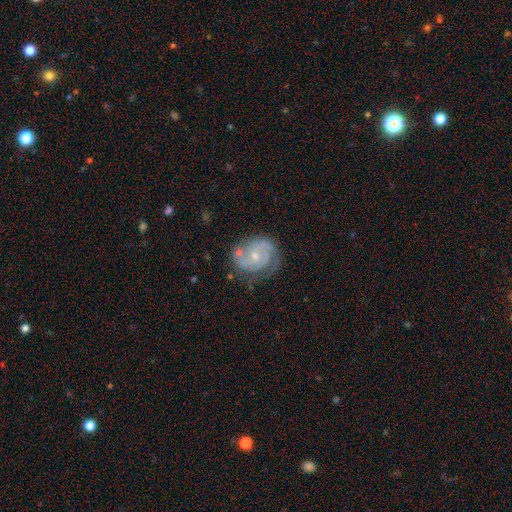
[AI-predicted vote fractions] Smooth or featured? featured or disk (79%)
Edge-on disk? no (98%)
Bar? no (69%)
Spiral arms? yes (91%)
Spiral winding? tight (52%)
Spiral arm count? 2 (55%)
Bulge size? small (59%)
Merging? none (59%)